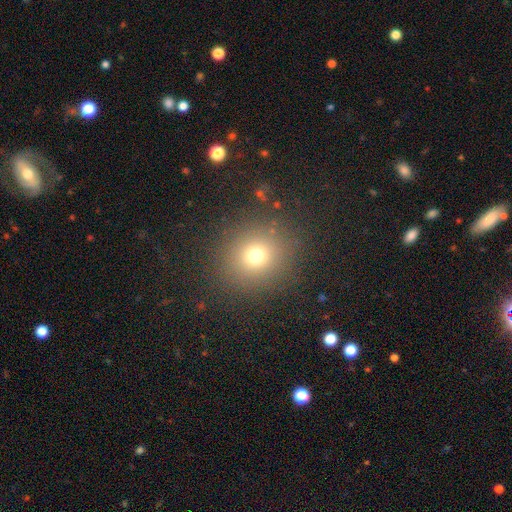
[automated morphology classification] Overall: smooth (71%). How rounded: round (85%). Merging: none (87%).